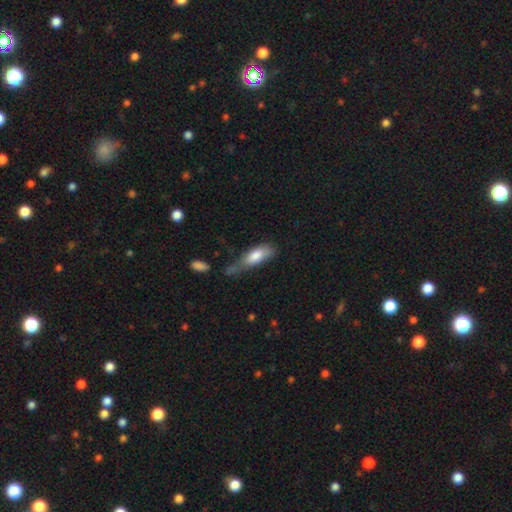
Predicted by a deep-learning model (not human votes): Morphology: type=smooth (76%); roundness=in between (66%); merging=minor disturbance (33%).